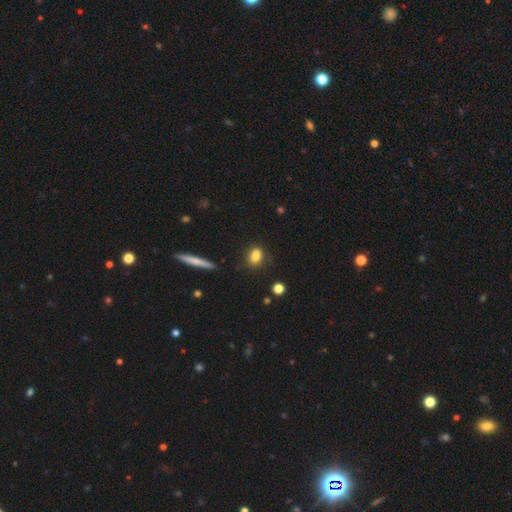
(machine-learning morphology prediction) Smooth or featured: smooth — 82% (star or artifact — 10%)
How rounded: in between — 66% (round — 27%)
Merging: none — 76% (minor disturbance — 16%)